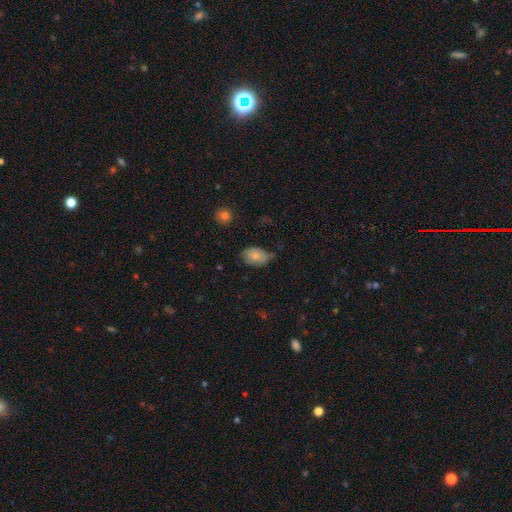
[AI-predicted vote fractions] The model was most divided on "merging": none: 50%, minor disturbance: 38%, major disturbance: 9%, merger: 2%. More confident: how rounded — in between (86%); smooth or featured — smooth (76%).